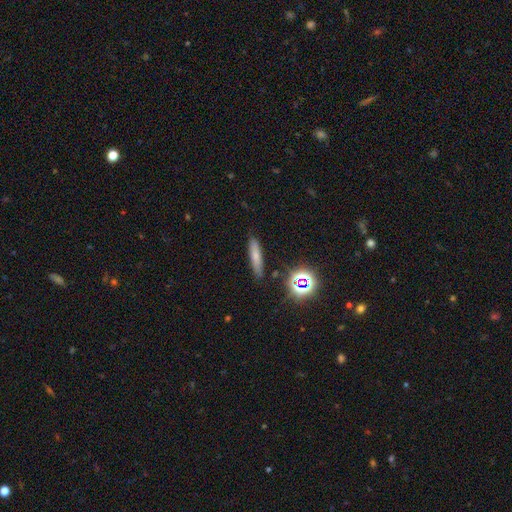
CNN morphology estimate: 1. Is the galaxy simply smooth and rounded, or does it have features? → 66% smooth, 19% featured or disk, 15% star or artifact.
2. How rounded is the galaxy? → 80% cigar-shaped, 16% in between, 3% round.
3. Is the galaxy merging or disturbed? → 85% none, 10% minor disturbance, 3% major disturbance, 2% merger.